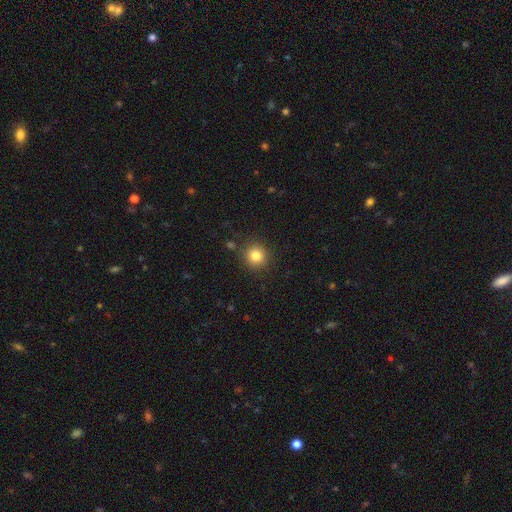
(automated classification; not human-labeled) smooth-or-featured: smooth: 83% | star or artifact: 11% | featured or disk: 6%
  how-rounded: round: 92% | in between: 7% | cigar-shaped: 1%
  merging: none: 88% | minor disturbance: 7% | major disturbance: 3% | merger: 2%